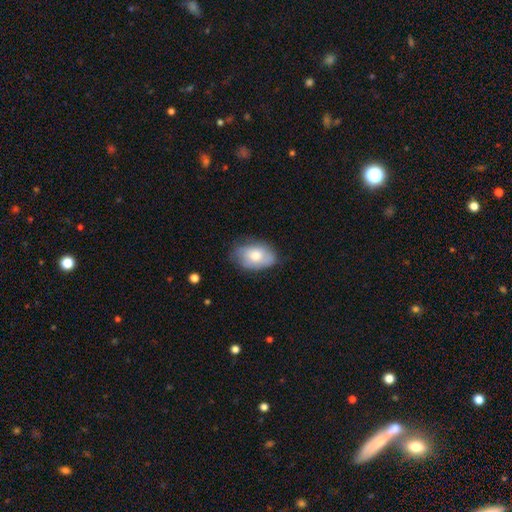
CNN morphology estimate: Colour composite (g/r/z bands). It shows a smooth galaxy with no disk features (72%) that is in between round and cigar-shaped (89%). Merging: none (65%).